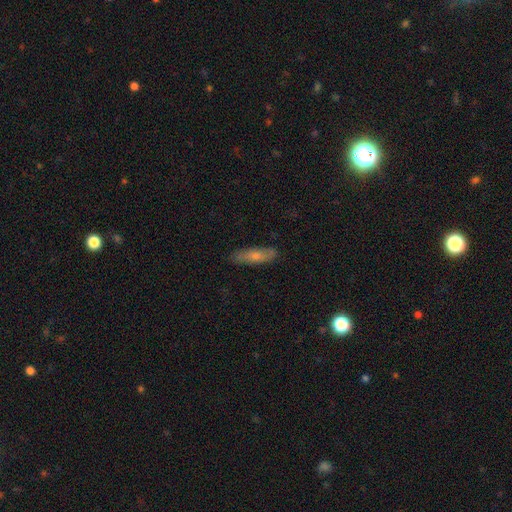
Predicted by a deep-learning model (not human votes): Morphology: type=smooth (65%); roundness=cigar-shaped (65%); merging=none (82%).